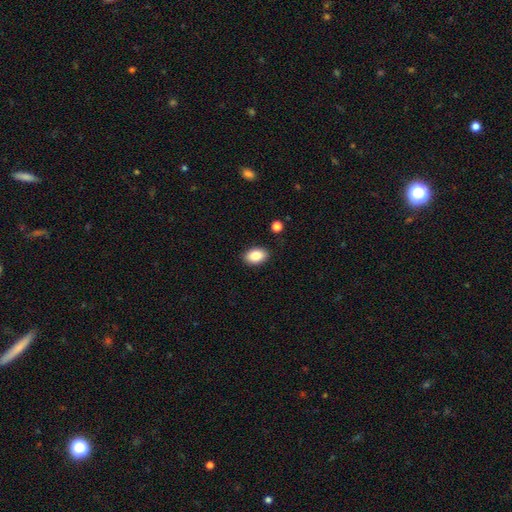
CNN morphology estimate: Smooth or featured? smooth (85%)
How rounded? in between (89%)
Merging? none (88%)